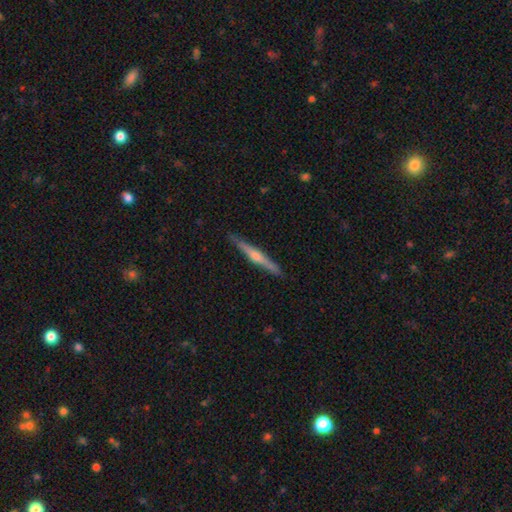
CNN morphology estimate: Smooth or featured? Predicted: featured or disk (p=0.76). Edge-on disk? Predicted: yes (p=0.98). Edge-on bulge? Predicted: rounded (p=0.83). Merging? Predicted: none (p=0.91).